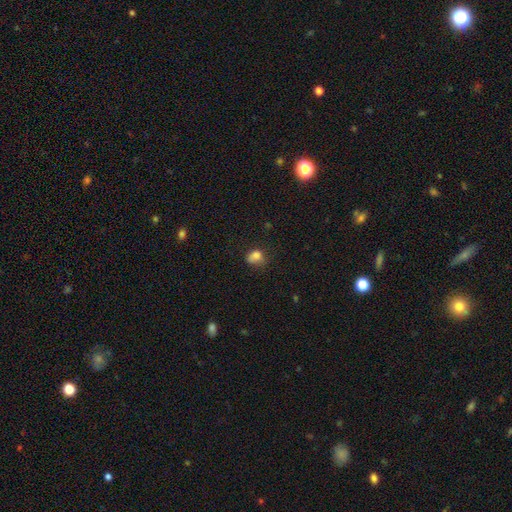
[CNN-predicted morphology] type=smooth (80%); roundness=in between (50%); merging=none (46%).